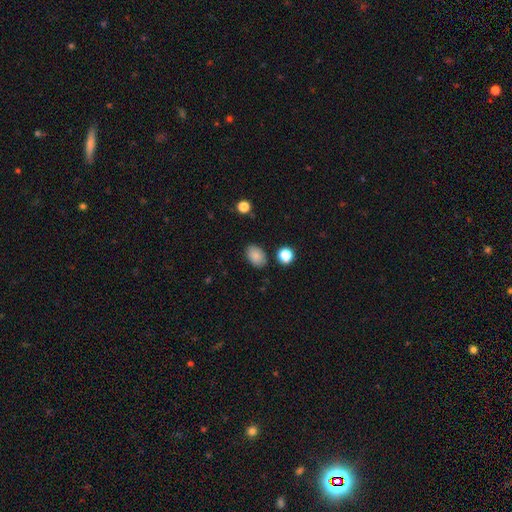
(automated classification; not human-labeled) Overall: smooth (86%). How rounded: in between (84%). Merging: none (84%).